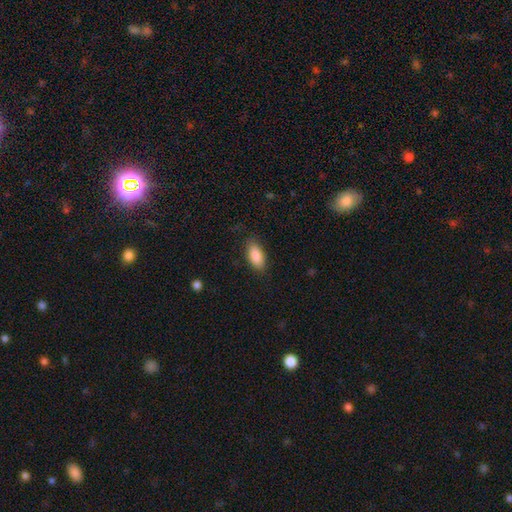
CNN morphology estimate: Overall: smooth (89%). How rounded: in between (90%). Merging: none (84%).